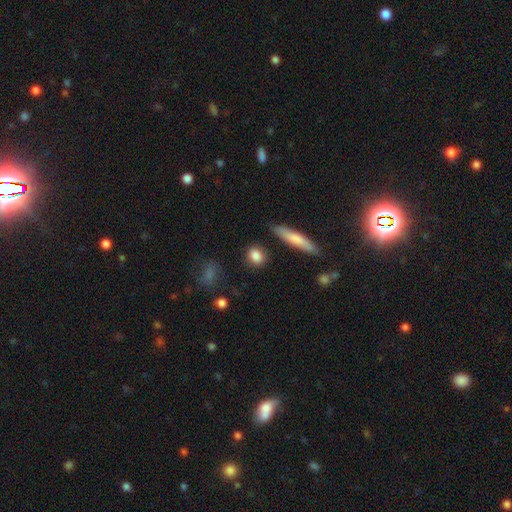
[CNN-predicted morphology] type=smooth (85%); roundness=round (57%); merging=none (85%).